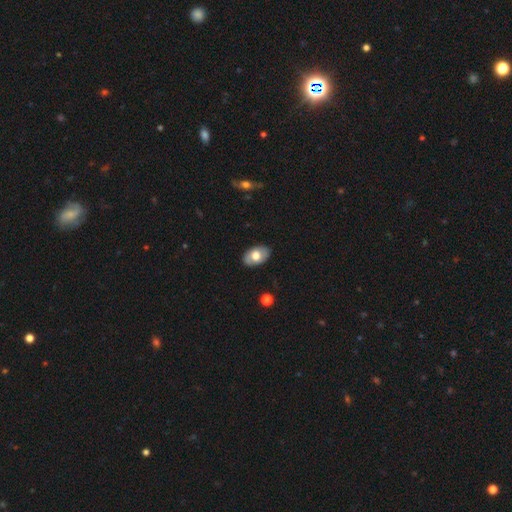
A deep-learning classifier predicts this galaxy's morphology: Smooth or featured?
  - smooth: 63% *
  - featured or disk: 30%
  - star or artifact: 7%
How rounded?
  - in between: 90% *
  - round: 8%
  - cigar-shaped: 1%
Merging?
  - none: 85% *
  - minor disturbance: 12%
  - major disturbance: 2%
  - merger: 1%